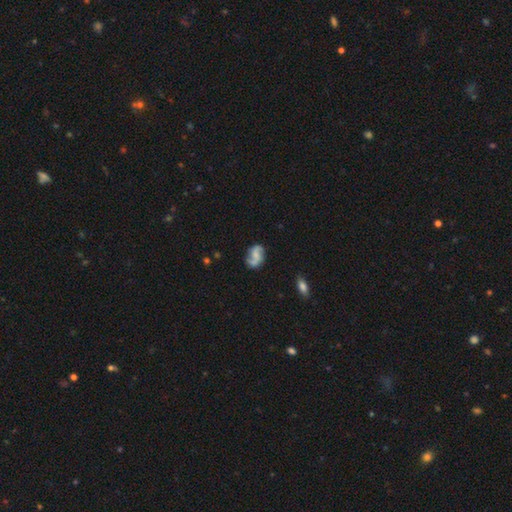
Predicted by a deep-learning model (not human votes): This appears to be a featured or disk galaxy (70%) with no bar (51%), 2 (89%) loose (53%) spiral arms (92%) and a small central bulge (35%, tied with none). Merging: none (68%).